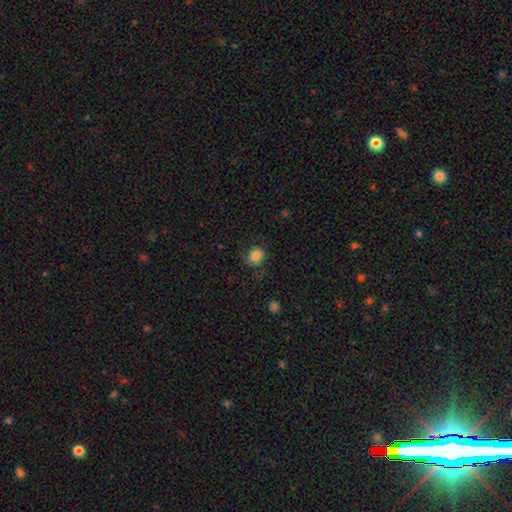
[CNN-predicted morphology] The model was most divided on "merging": none: 67%, minor disturbance: 21%, major disturbance: 10%, merger: 1%. More confident: smooth or featured — smooth (81%); how rounded — round (80%).